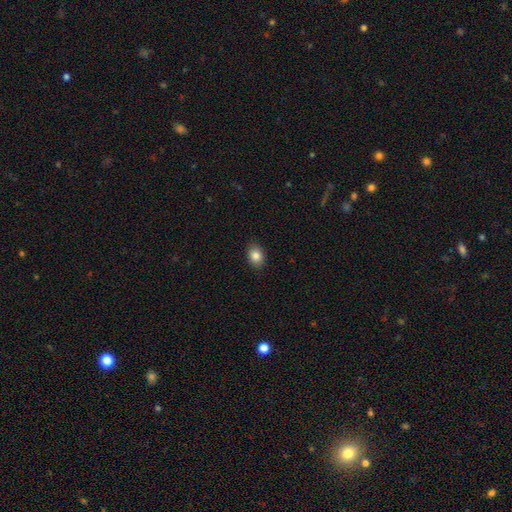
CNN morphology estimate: Smooth or featured? Predicted: smooth (p=0.85). How rounded? Predicted: in between (p=0.69). Merging? Predicted: none (p=0.88).